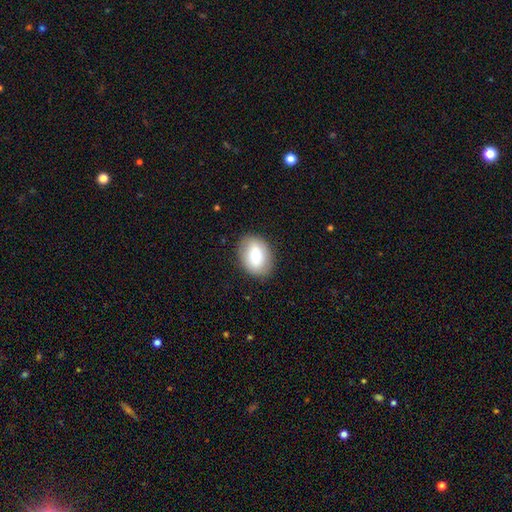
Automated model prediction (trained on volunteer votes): Q: Smooth or featured?
A: smooth (69%); runner-up: featured or disk (23%)
Q: How rounded?
A: in between (66%); runner-up: round (33%)
Q: Merging?
A: none (86%); runner-up: minor disturbance (10%)